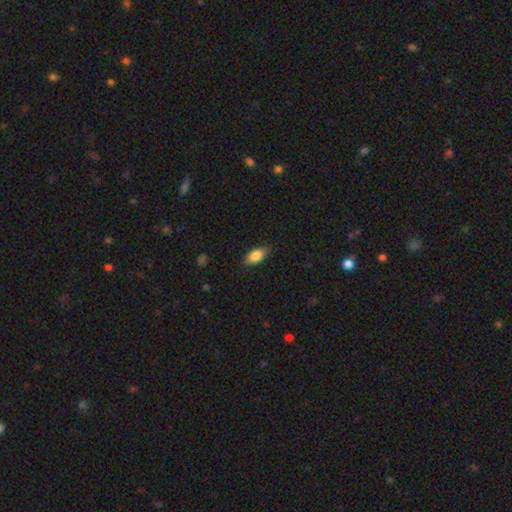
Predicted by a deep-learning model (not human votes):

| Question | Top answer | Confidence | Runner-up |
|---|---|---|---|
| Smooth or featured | smooth | 83% | featured or disk (10%) |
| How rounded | in between | 86% | cigar-shaped (10%) |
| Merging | none | 83% | minor disturbance (13%) |